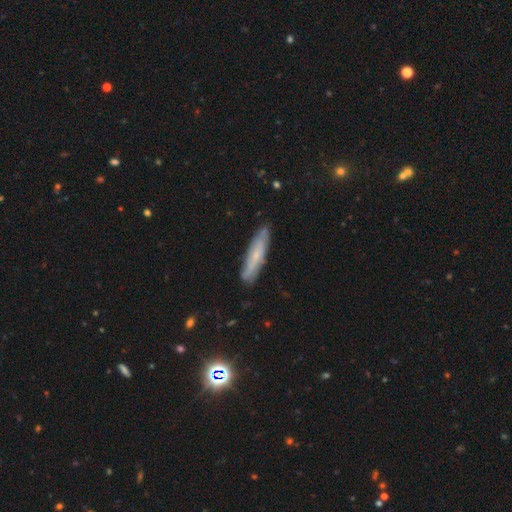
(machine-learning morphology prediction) Smooth or featured? smooth (53%)
How rounded? cigar-shaped (87%)
Merging? none (85%)